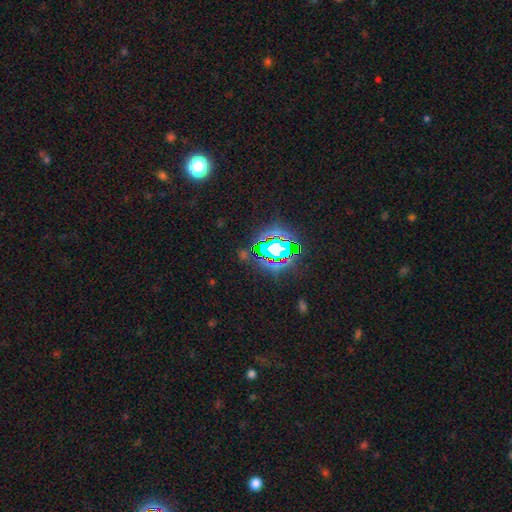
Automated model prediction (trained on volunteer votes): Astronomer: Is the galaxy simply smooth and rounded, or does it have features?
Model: star or artifact — 79%.